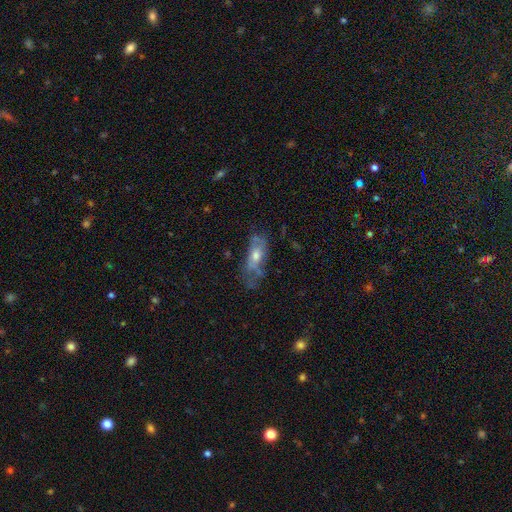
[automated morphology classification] smooth-or-featured: featured or disk: 49% | smooth: 41% | star or artifact: 10%
  merging: none: 43% | minor disturbance: 28% | major disturbance: 24% | merger: 5%